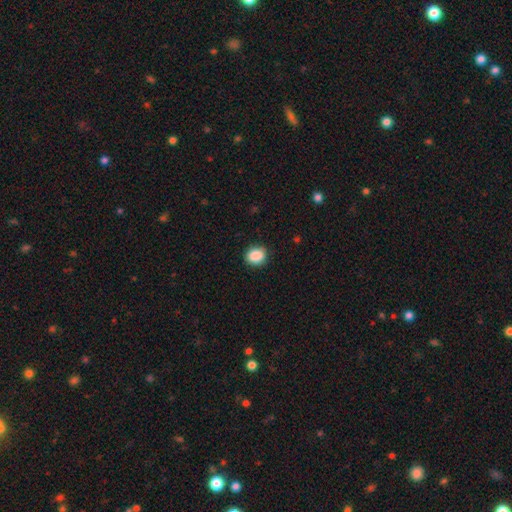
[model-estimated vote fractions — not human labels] Smooth or featured?
  - smooth: 89% *
  - star or artifact: 8%
  - featured or disk: 3%
How rounded?
  - round: 61% *
  - in between: 38%
  - cigar-shaped: 1%
Merging?
  - none: 86% *
  - minor disturbance: 10%
  - major disturbance: 2%
  - merger: 1%